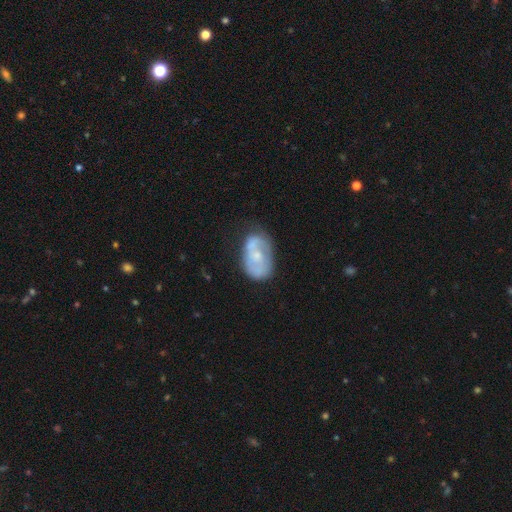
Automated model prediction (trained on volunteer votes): A featured or disk galaxy (53%) with no bar (78%), no spiral arms (58%) and a small central bulge (45%).

Vote fractions:
- Smooth or featured? featured or disk: 53% / smooth: 40% / star or artifact: 7%
- Edge-on disk? no: 96% / yes: 4%
- Bar? no: 78% / weak: 18% / strong: 4%
- Spiral arms? no: 58% / yes: 42%
- Bulge size? small: 45% / moderate: 43% / none: 8% / large: 3% / dominant: 1%
- Merging? none: 46% / minor disturbance: 32% / major disturbance: 15% / merger: 7%